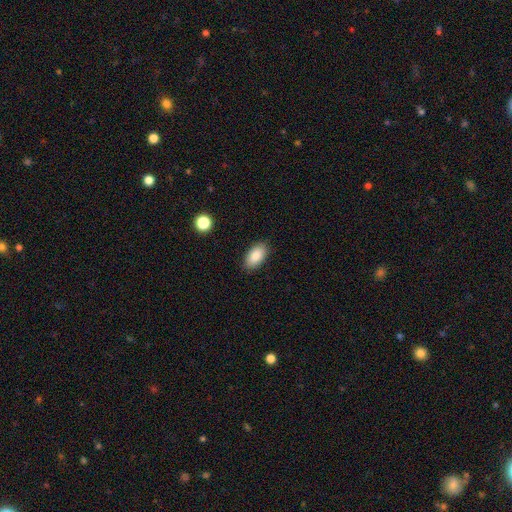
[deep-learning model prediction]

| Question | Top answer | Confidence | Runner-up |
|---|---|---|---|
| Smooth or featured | smooth | 87% | star or artifact (7%) |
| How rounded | in between | 94% | round (3%) |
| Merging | none | 87% | minor disturbance (9%) |